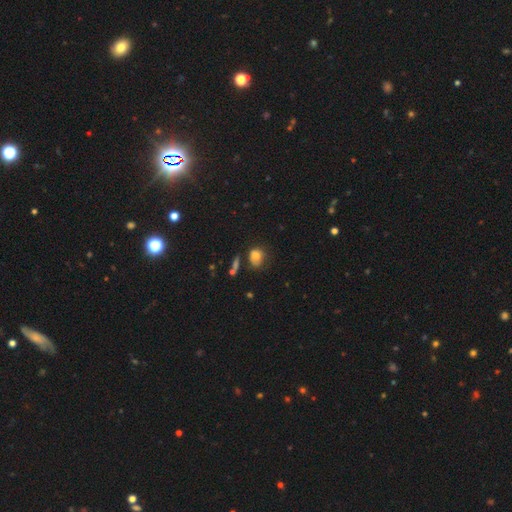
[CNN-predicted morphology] Overall: smooth (73%). How rounded: round (59%; in between 39%). Merging: none (48%; minor disturbance 28%).